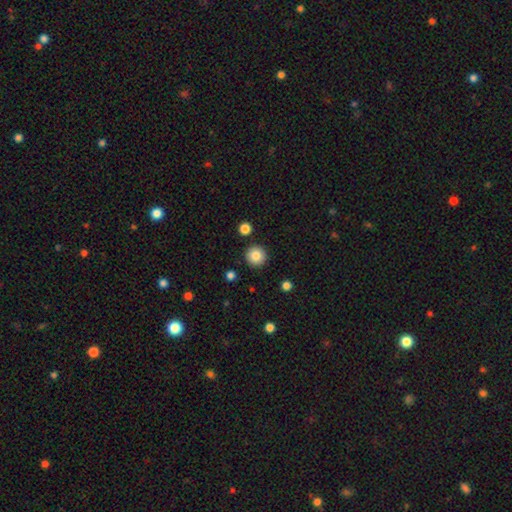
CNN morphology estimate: Overall: smooth (85%). How rounded: round (96%). Merging: none (91%).